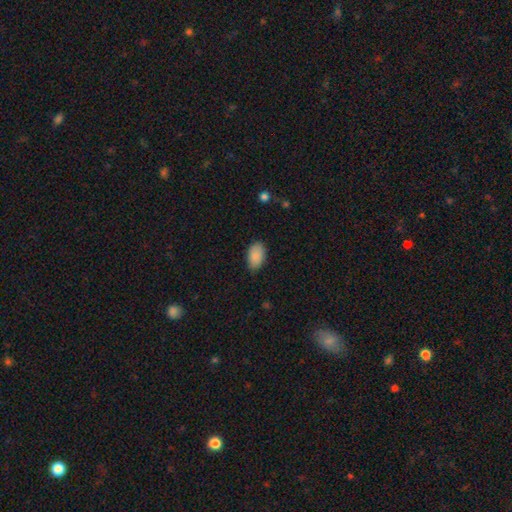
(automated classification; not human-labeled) smooth-or-featured: smooth: 89% | star or artifact: 7% | featured or disk: 5%
  how-rounded: in between: 93% | round: 5% | cigar-shaped: 2%
  merging: none: 81% | minor disturbance: 15% | major disturbance: 3% | merger: 1%